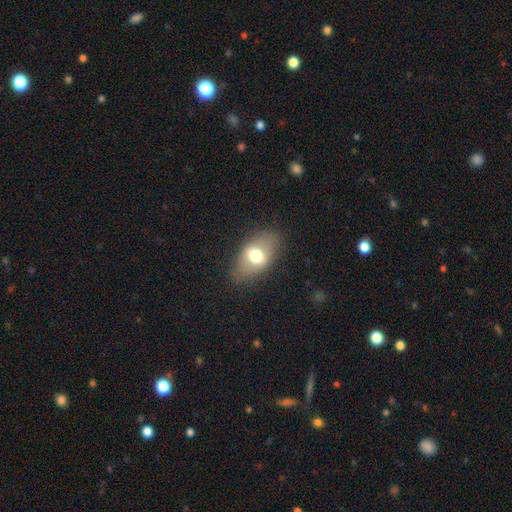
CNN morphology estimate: Smooth or featured? Predicted: smooth (p=0.64). How rounded? Predicted: in between (p=0.87). Merging? Predicted: none (p=0.79).